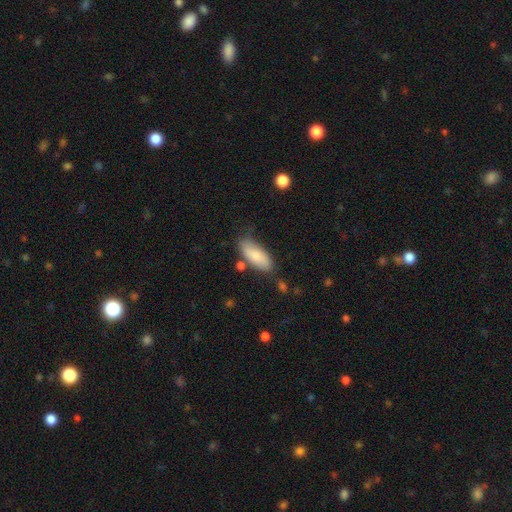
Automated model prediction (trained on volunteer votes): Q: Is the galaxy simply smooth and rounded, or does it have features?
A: smooth — 79%.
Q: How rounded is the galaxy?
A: in between — 79%.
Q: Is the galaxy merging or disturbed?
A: none — 70%.